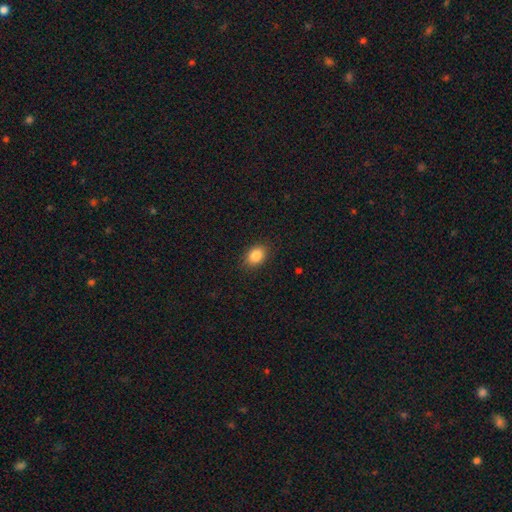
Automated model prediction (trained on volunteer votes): Smooth or featured?
  - smooth: 86% *
  - star or artifact: 9%
  - featured or disk: 5%
How rounded?
  - in between: 70% *
  - round: 29%
  - cigar-shaped: 1%
Merging?
  - none: 88% *
  - minor disturbance: 9%
  - major disturbance: 2%
  - merger: 1%